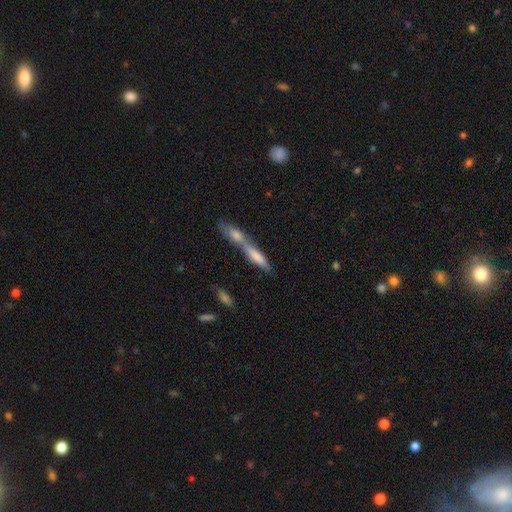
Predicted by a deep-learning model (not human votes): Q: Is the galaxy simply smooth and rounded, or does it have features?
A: smooth — 61%.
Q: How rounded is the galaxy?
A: cigar-shaped — 71%.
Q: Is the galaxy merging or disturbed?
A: merger — 70%.